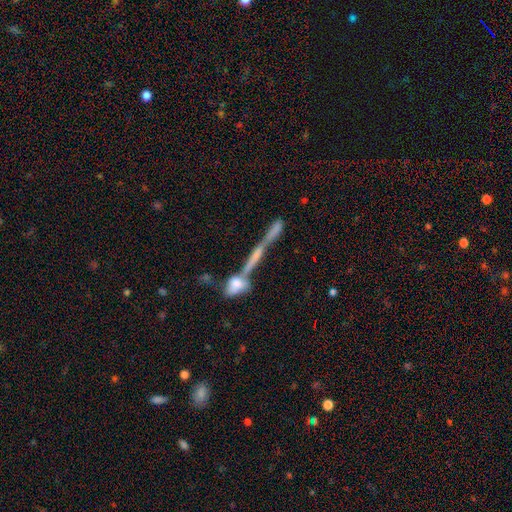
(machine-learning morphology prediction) smooth_or_featured: featured or disk (p=0.53) [alt: smooth p=0.33]
disk_edge_on: yes (p=0.81) [alt: no p=0.19]
merging: merger (p=0.46) [alt: none p=0.37]